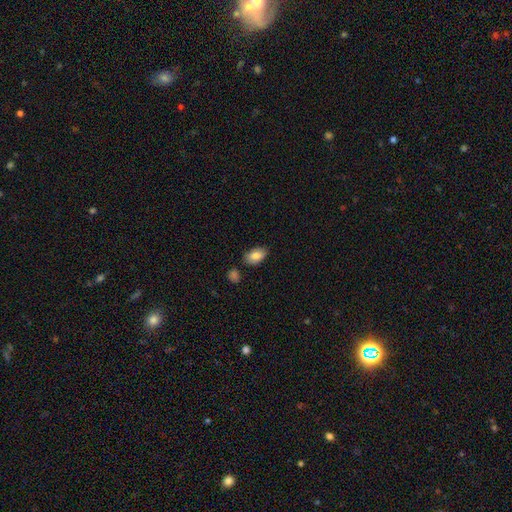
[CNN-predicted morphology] smooth 85%, featured or disk 8%, star or artifact 7%. Down the decision tree: how rounded — in between (92%); merging — none (82%).